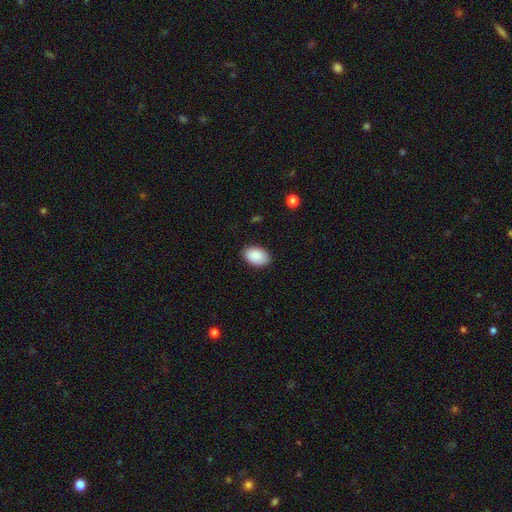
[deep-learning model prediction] A smooth galaxy with no disk features (89%) that is in between round and cigar-shaped (90%). Merging: none (87%).